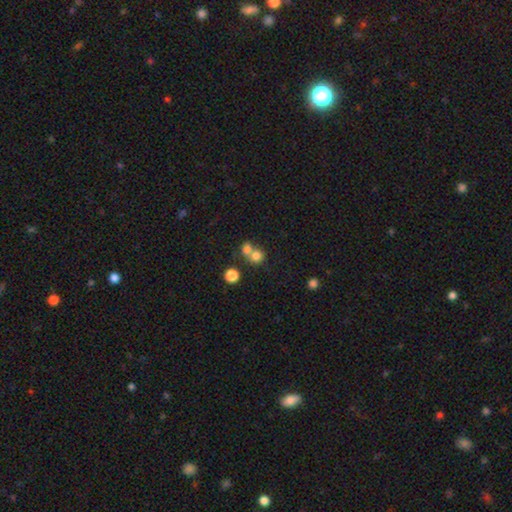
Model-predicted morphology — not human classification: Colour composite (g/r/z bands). It shows a smooth galaxy with no disk features (76%) that is round (82%). Merging: merger (53%).